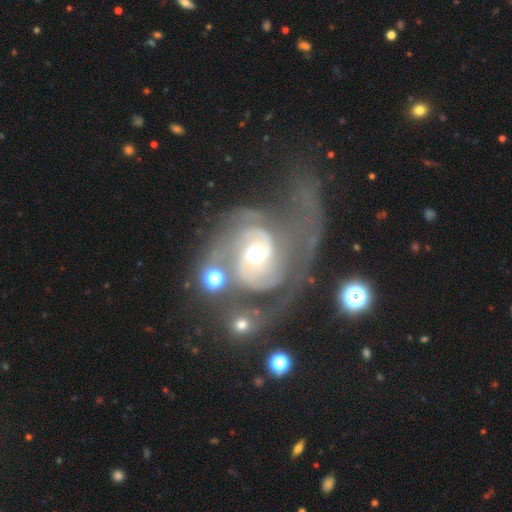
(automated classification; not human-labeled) Smooth or featured?
  - featured or disk: 87% *
  - smooth: 7%
  - star or artifact: 6%
Edge-on disk?
  - no: 98% *
  - yes: 2%
Bar?
  - no: 61% *
  - weak: 30%
  - strong: 9%
Spiral arms?
  - yes: 94% *
  - no: 6%
Spiral winding?
  - medium: 42% *
  - tight: 40%
  - loose: 18%
Spiral arm count?
  - 2: 62% *
  - can't tell: 15%
  - 3: 10%
  - 1: 7%
  - 4: 3%
  - more than 4: 3%
Bulge size?
  - moderate: 65% *
  - small: 25%
  - large: 7%
  - dominant: 1%
  - none: 1%
Merging?
  - major disturbance: 36% *
  - none: 33%
  - minor disturbance: 17%
  - merger: 14%